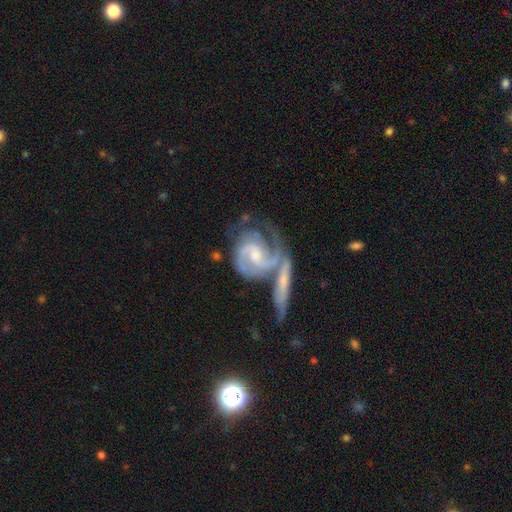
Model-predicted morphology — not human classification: The model was most divided on "bulge size" (2-way tie): moderate: 43%, small: 43%, none: 9%, large: 5%, dominant: 1%. Remaining: spiral arms — yes (97%); edge-on disk — no (96%); smooth or featured — featured or disk (89%); spiral arm count — 2 (63%); spiral winding — tight (47%); bar — weak (45%); merging — merger (41%).